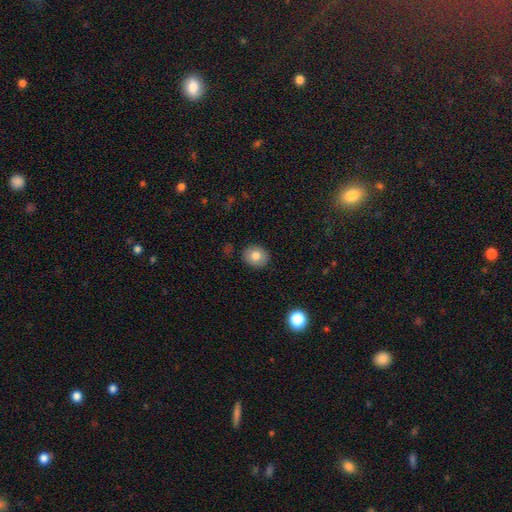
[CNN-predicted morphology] Smooth or featured? Predicted: smooth (p=0.78). How rounded? Predicted: round (p=0.71). Merging? Predicted: none (p=0.88).